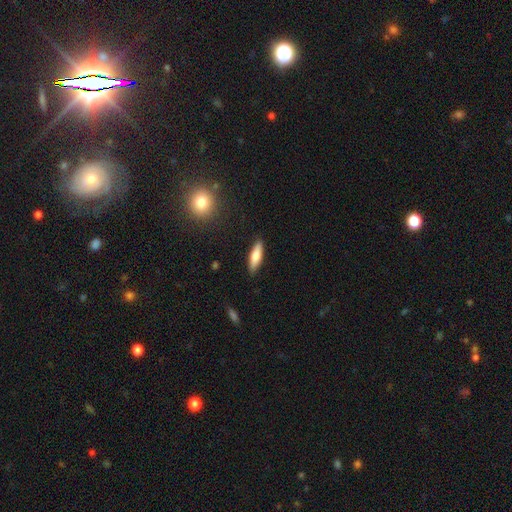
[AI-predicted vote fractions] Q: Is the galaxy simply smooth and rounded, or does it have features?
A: smooth — 76%.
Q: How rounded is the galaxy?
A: cigar-shaped — 59%.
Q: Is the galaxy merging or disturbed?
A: none — 88%.